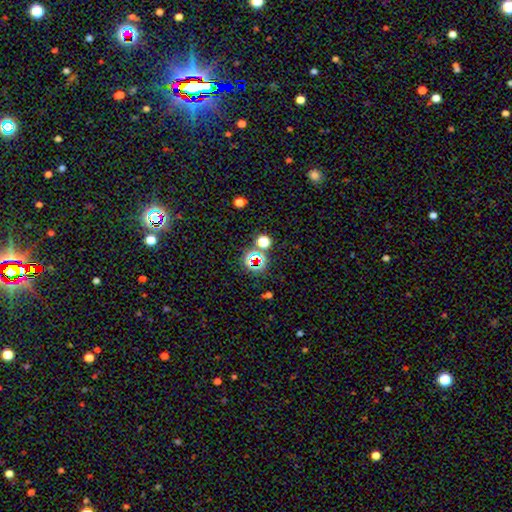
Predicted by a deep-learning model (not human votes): This is likely a star or artifact rather than a galaxy (73%).